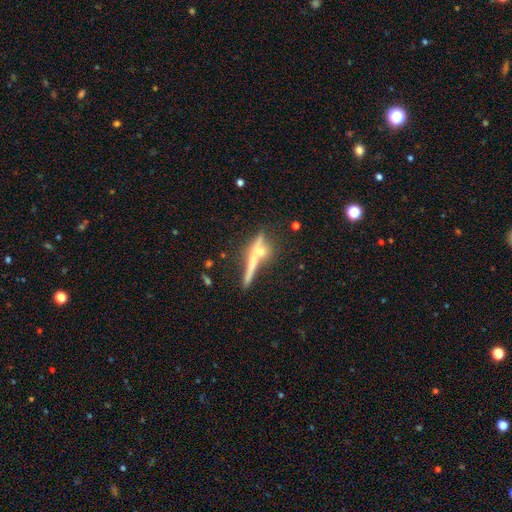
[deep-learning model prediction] Overall: featured or disk (55%; smooth 35%). Edge-on disk: yes (87%). Merging: none (56%; merger 23%).